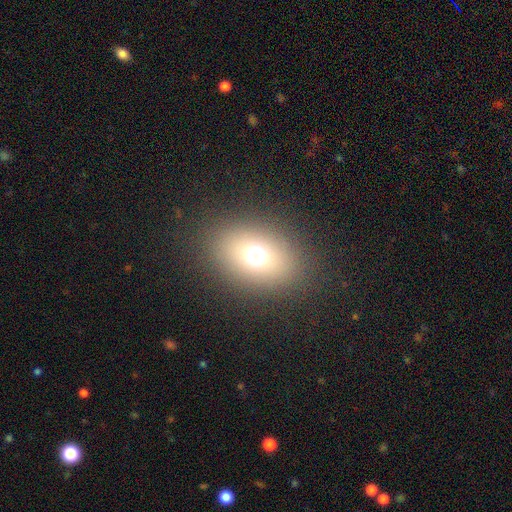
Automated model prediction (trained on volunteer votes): smooth-or-featured: smooth: 68% | star or artifact: 19% | featured or disk: 13%
  how-rounded: in between: 65% | round: 34% | cigar-shaped: 1%
  merging: none: 86% | minor disturbance: 8% | major disturbance: 5% | merger: 1%